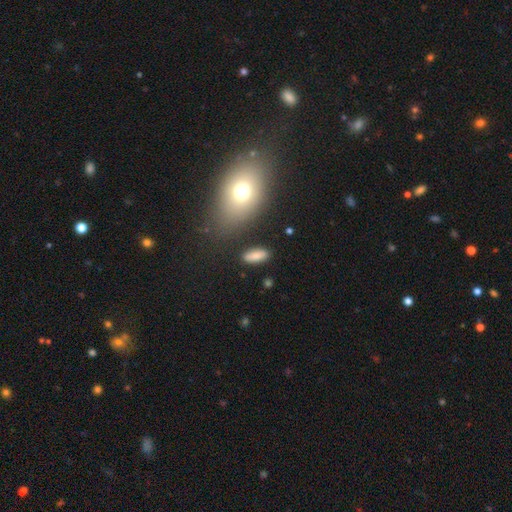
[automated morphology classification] This is clearly a smooth galaxy (81%). How rounded: likely in between (67%). Merging: clearly none (84%).